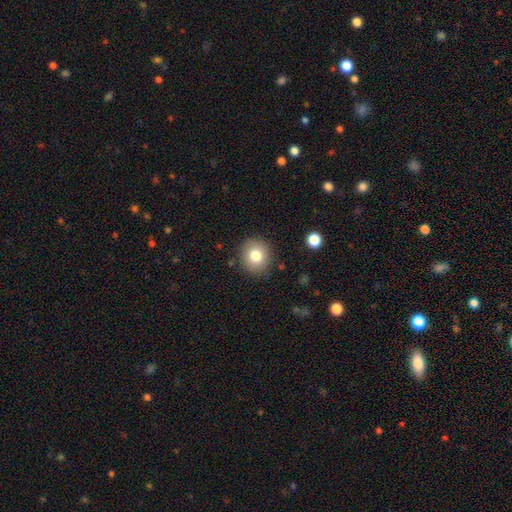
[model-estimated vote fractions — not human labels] This appears to be a smooth galaxy with no disk features (80%) that is round (85%). Merging: none (86%).